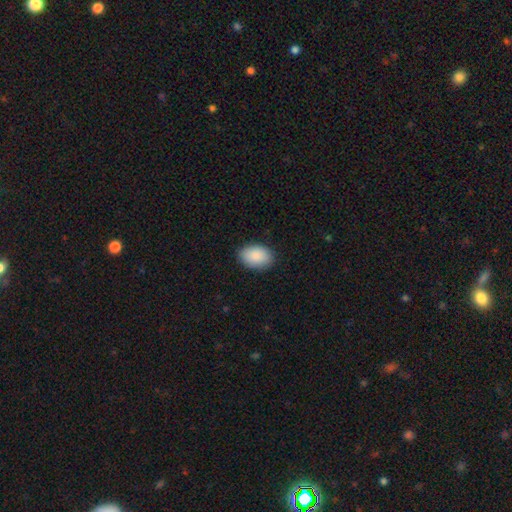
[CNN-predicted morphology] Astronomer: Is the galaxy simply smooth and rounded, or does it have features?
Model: smooth — 89%.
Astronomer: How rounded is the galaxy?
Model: in between — 89%.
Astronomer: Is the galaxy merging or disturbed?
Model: none — 87%.